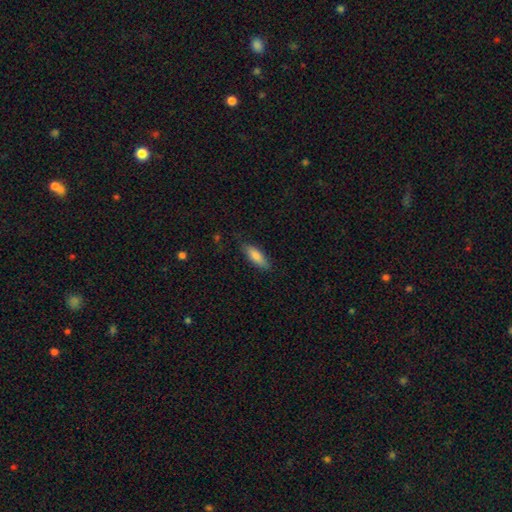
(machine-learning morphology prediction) The model was most divided on "how rounded": in between: 57%, cigar-shaped: 41%, round: 2%. More confident: merging — none (82%); smooth or featured — smooth (81%).